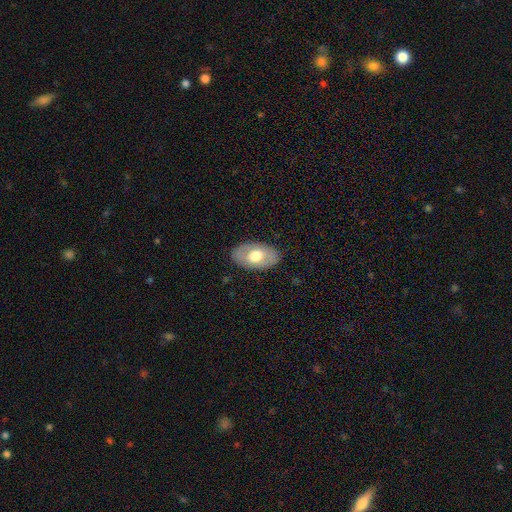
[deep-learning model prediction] The model was most divided on "smooth or featured": smooth: 60%, featured or disk: 34%, star or artifact: 6%. More confident: how rounded — in between (92%); merging — none (84%).